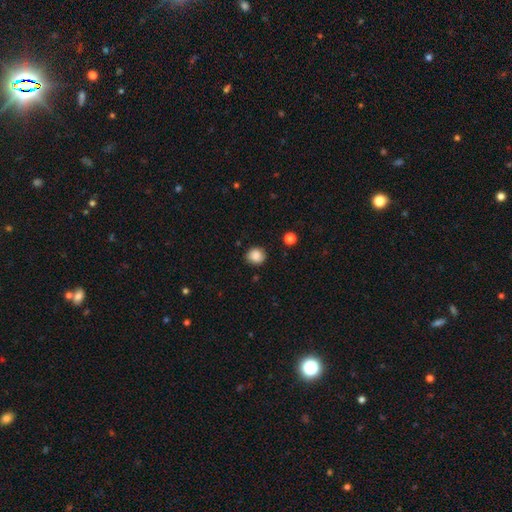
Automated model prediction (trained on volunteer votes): A smooth galaxy with no disk features (85%) that is round (81%).

Vote fractions:
- Smooth or featured? smooth: 85% / star or artifact: 9% / featured or disk: 6%
- How rounded? round: 81% / in between: 18% / cigar-shaped: 1%
- Merging? none: 82% / minor disturbance: 13% / major disturbance: 3% / merger: 2%